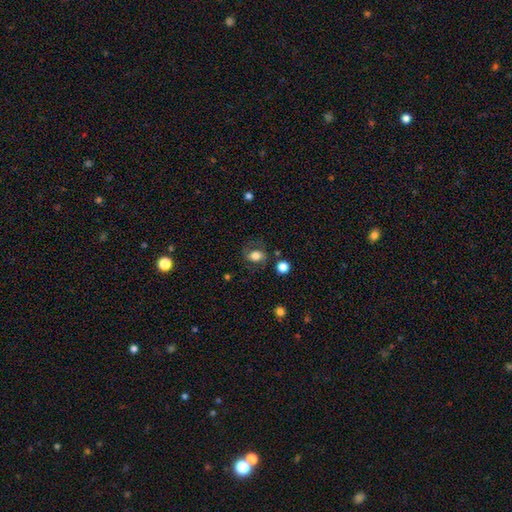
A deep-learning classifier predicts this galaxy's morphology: This appears to be a smooth galaxy with no disk features (63%) that is in between round and cigar-shaped (62%). Merging: none (66%).